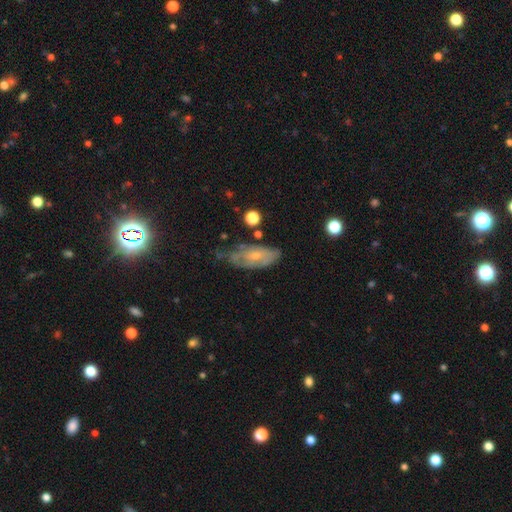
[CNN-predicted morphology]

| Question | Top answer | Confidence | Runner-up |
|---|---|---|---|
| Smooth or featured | featured or disk | 53% | smooth (39%) |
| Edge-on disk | no | 86% | yes (14%) |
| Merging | none | 49% | minor disturbance (34%) |